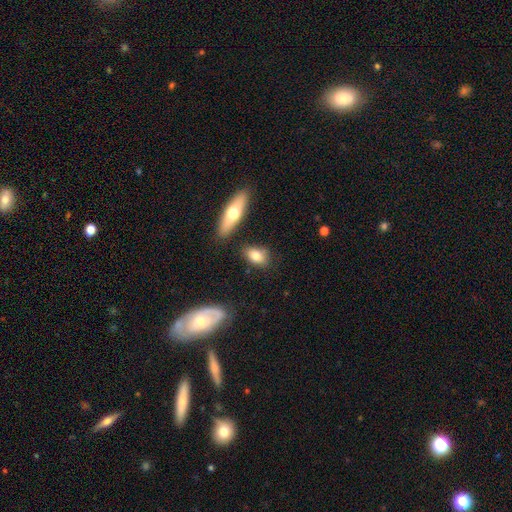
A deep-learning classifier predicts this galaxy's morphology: Smooth or featured? Predicted: smooth (p=0.78). How rounded? Predicted: in between (p=0.82). Merging? Predicted: none (p=0.76).